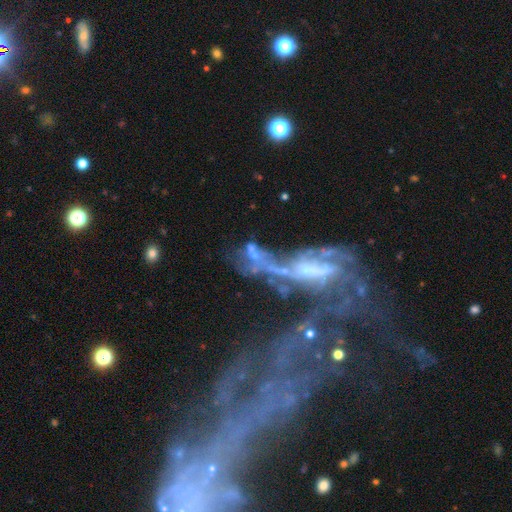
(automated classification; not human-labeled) Smooth or featured?
  - featured or disk: 65% *
  - star or artifact: 18%
  - smooth: 16%
Edge-on disk?
  - no: 90% *
  - yes: 10%
Bar?
  - no: 63% *
  - weak: 23%
  - strong: 15%
Spiral arms?
  - no: 54% *
  - yes: 46%
Bulge size?
  - none: 37% *
  - small: 36%
  - moderate: 21%
  - large: 4%
  - dominant: 2%
Merging?
  - merger: 41% *
  - major disturbance: 34%
  - none: 16%
  - minor disturbance: 9%